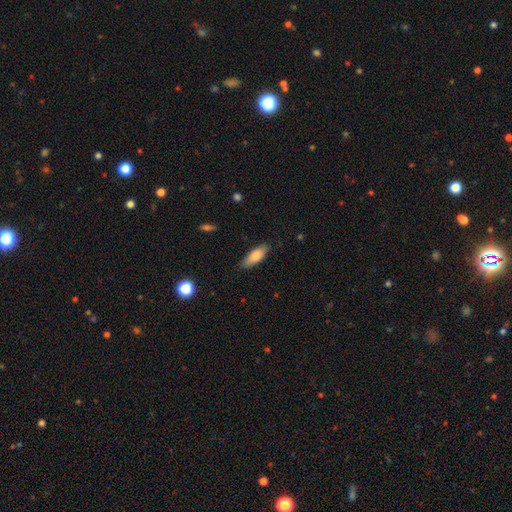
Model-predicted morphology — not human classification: A smooth galaxy with no disk features (80%) that is in between round and cigar-shaped (66%).

Vote fractions:
- Smooth or featured? smooth: 80% / featured or disk: 13% / star or artifact: 6%
- How rounded? in between: 66% / cigar-shaped: 32% / round: 2%
- Merging? none: 82% / minor disturbance: 14% / major disturbance: 2% / merger: 1%